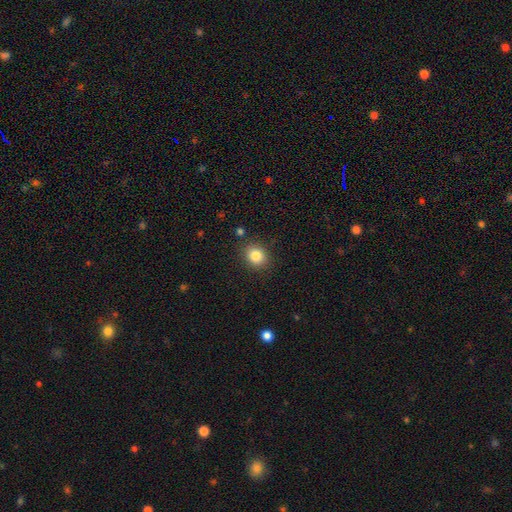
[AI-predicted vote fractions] Q: Smooth or featured?
A: smooth (84%); runner-up: star or artifact (10%)
Q: How rounded?
A: round (64%); runner-up: in between (35%)
Q: Merging?
A: none (86%); runner-up: minor disturbance (9%)